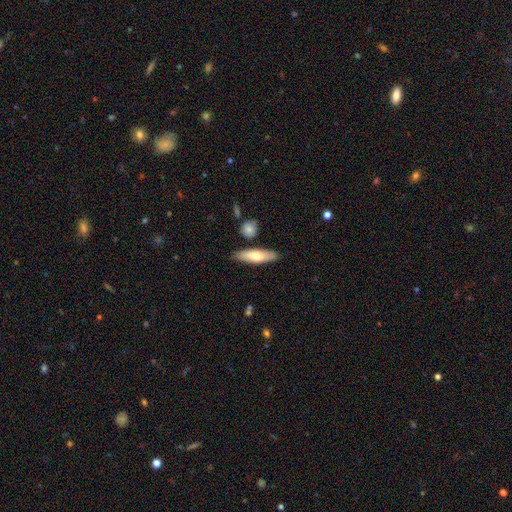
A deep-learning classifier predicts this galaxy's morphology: This is likely a smooth galaxy (66%). How rounded: likely cigar-shaped (64%). Merging: clearly none (84%).